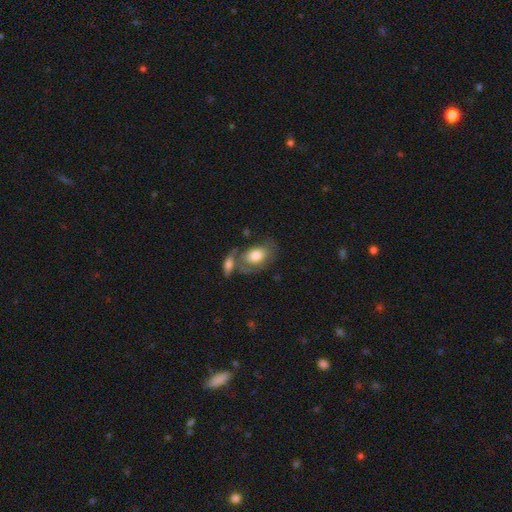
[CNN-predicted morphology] A smooth galaxy with no disk features (70%) that is in between round and cigar-shaped (86%). Merging: none (45%).